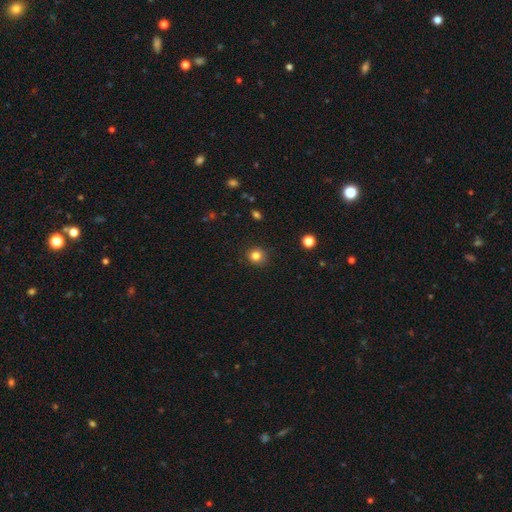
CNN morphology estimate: A smooth galaxy with no disk features (83%) that is round (90%). Merging: none (88%).